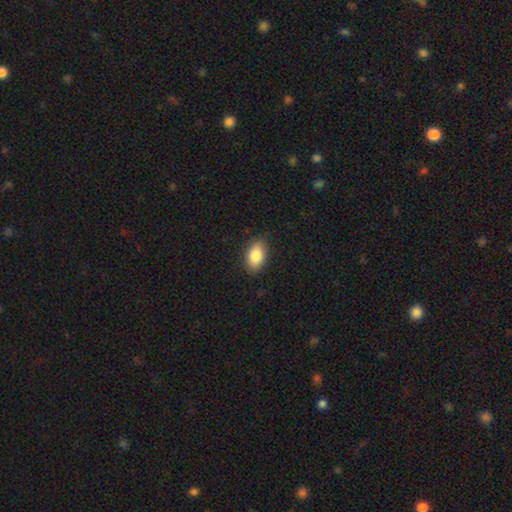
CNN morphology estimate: This appears to be a smooth galaxy with no disk features (84%) that is in between round and cigar-shaped (90%). Merging: none (86%).